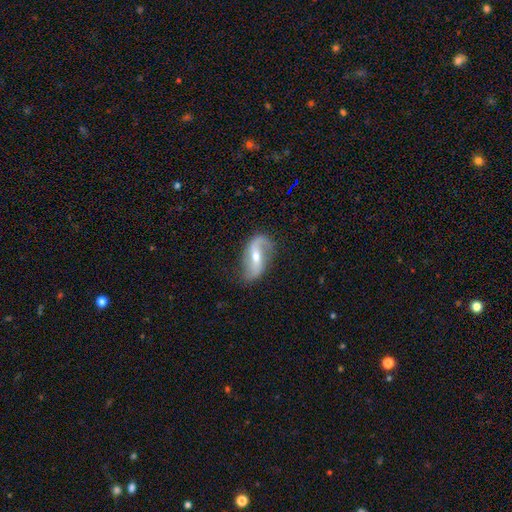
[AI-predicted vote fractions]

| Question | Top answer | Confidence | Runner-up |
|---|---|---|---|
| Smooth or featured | featured or disk | 83% | smooth (11%) |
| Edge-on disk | no | 95% | yes (5%) |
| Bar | weak | 39% | strong (36%) |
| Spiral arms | yes | 93% | no (7%) |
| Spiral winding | loose | 76% | medium (18%) |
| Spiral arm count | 2 | 85% | 1 (9%) |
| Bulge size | moderate | 57% | small (38%) |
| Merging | none | 70% | minor disturbance (20%) |